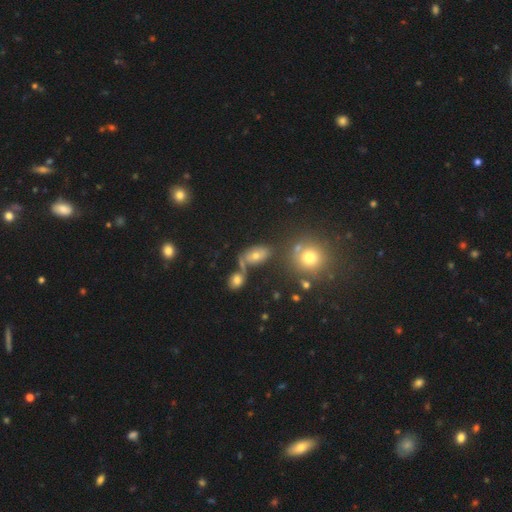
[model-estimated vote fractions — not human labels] smooth_or_featured: smooth (p=0.56) [alt: star or artifact p=0.33]
how_rounded: round (p=0.81) [alt: in between p=0.17]
merging: none (p=0.68) [alt: merger p=0.18]